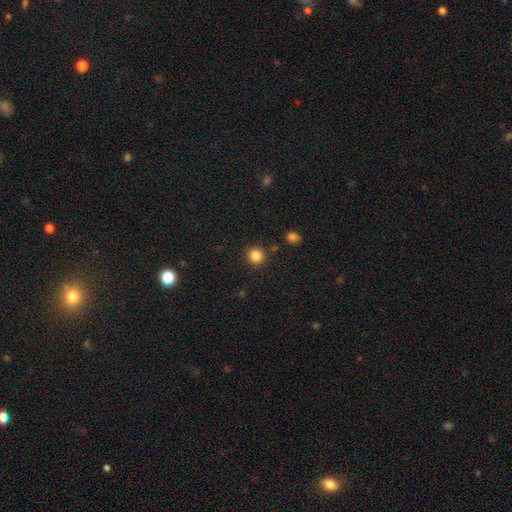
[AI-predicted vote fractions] This is clearly a smooth galaxy (84%). How rounded: clearly round (91%). Merging: clearly none (89%).